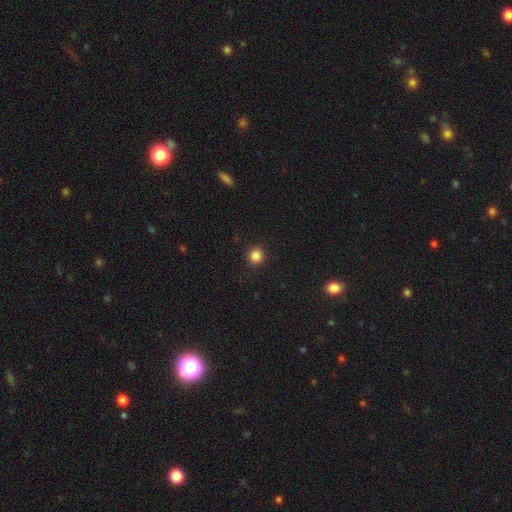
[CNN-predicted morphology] type=smooth (85%); roundness=round (92%); merging=none (92%).